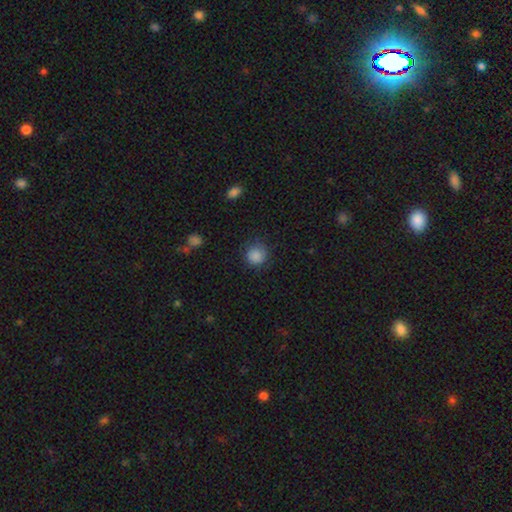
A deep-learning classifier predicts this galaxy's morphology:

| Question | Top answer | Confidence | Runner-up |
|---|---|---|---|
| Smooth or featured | smooth | 86% | star or artifact (10%) |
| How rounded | round | 91% | in between (8%) |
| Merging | none | 80% | minor disturbance (14%) |